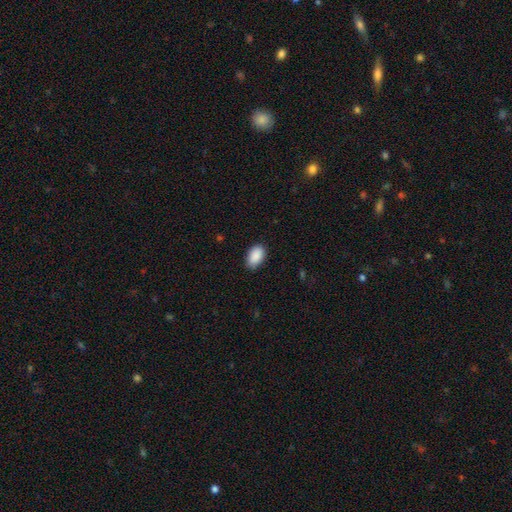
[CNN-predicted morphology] type=smooth (90%); roundness=in between (92%); merging=none (83%).